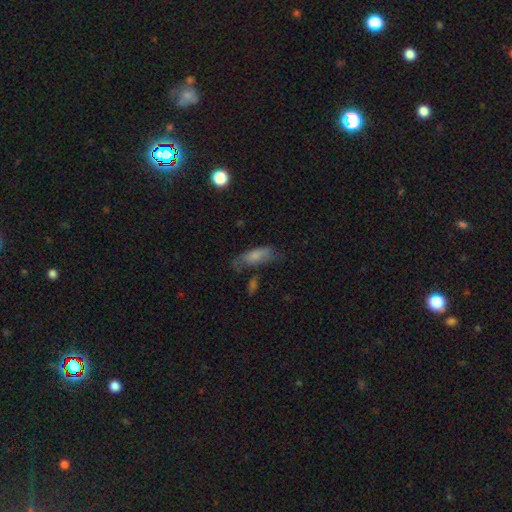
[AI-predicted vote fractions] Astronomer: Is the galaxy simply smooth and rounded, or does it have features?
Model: smooth — 69%.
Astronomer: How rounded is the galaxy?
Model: in between — 70%.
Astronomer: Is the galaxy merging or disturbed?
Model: none — 48% (runner-up: minor disturbance, 29%).